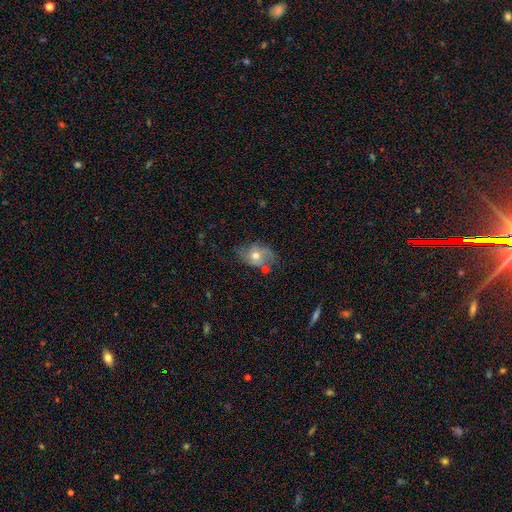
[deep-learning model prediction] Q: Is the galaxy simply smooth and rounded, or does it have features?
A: featured or disk — 46%.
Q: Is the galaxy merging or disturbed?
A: none — 53%.